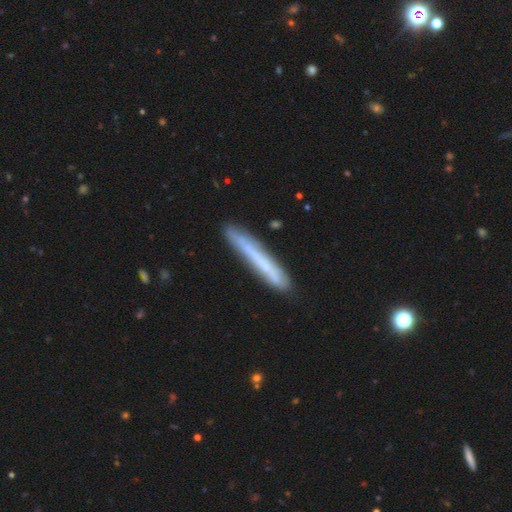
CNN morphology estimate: smooth_or_featured: smooth (p=0.53) [alt: featured or disk p=0.40]
how_rounded: cigar-shaped (p=0.96) [alt: in between p=0.03]
merging: none (p=0.83) [alt: minor disturbance p=0.12]